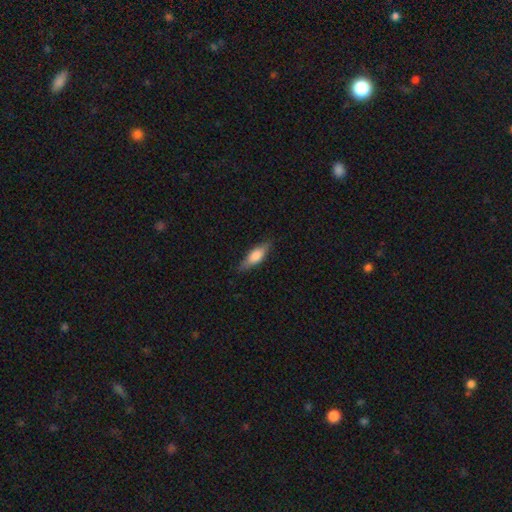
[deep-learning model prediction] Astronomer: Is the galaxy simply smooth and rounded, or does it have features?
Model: smooth — 65%.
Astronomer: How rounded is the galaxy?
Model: in between — 52% (runner-up: cigar-shaped, 45%).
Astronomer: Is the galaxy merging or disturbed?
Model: none — 83%.